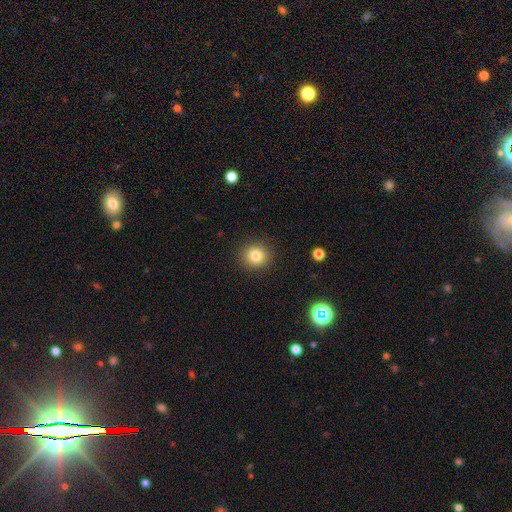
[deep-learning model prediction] Overall: smooth (81%). How rounded: round (86%). Merging: none (90%).